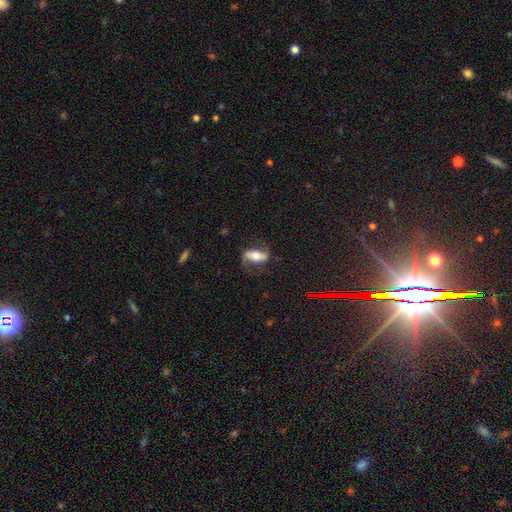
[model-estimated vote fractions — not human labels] This appears to be a featured or disk galaxy (57%). Merging: none (69%).